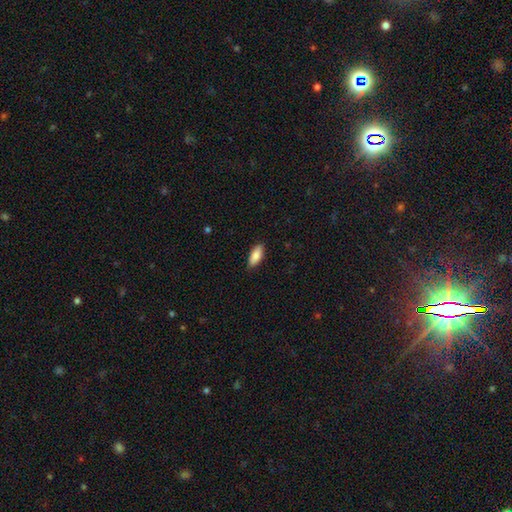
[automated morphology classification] Smooth or featured? smooth (86%)
How rounded? in between (79%)
Merging? none (88%)